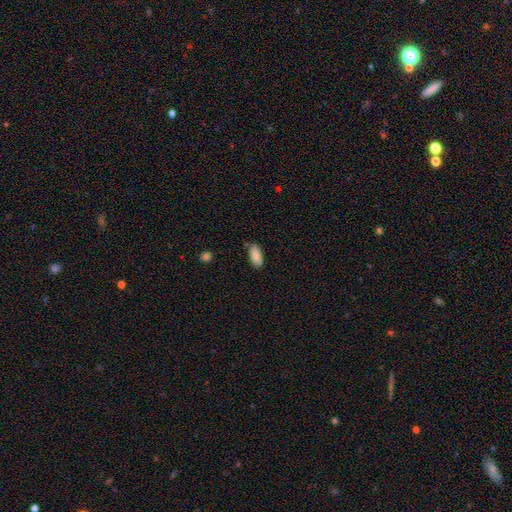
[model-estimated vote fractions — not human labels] smooth_or_featured: smooth (p=0.88) [alt: star or artifact p=0.07]
how_rounded: in between (p=0.89) [alt: cigar-shaped p=0.09]
merging: none (p=0.82) [alt: minor disturbance p=0.13]